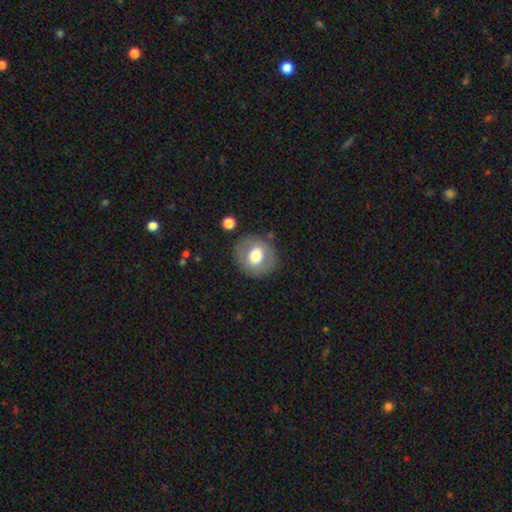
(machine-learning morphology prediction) smooth_or_featured: smooth (p=0.65) [alt: featured or disk p=0.27]
how_rounded: round (p=0.86) [alt: in between p=0.13]
merging: none (p=0.83) [alt: minor disturbance p=0.10]